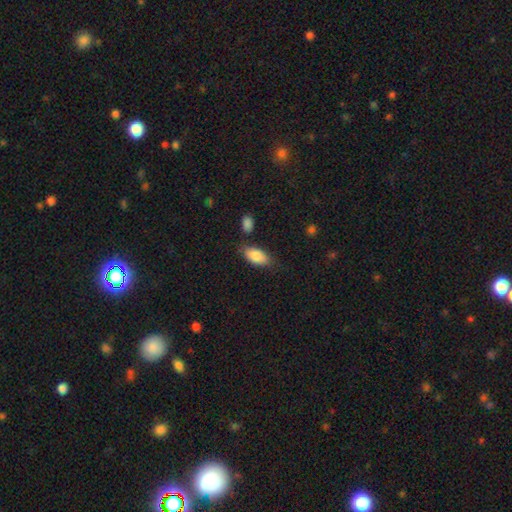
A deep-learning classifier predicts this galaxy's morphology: Smooth or featured: smooth — 86% (featured or disk — 8%)
How rounded: in between — 90% (cigar-shaped — 7%)
Merging: none — 68% (minor disturbance — 20%)